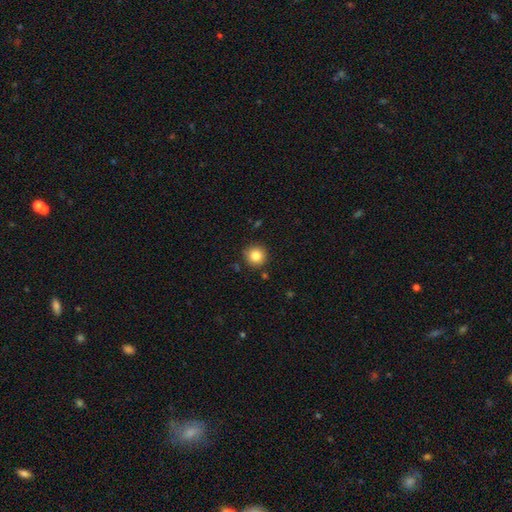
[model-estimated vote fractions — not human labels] smooth 84%, star or artifact 10%, featured or disk 6%. Down the decision tree: how rounded — round (95%); merging — none (89%).